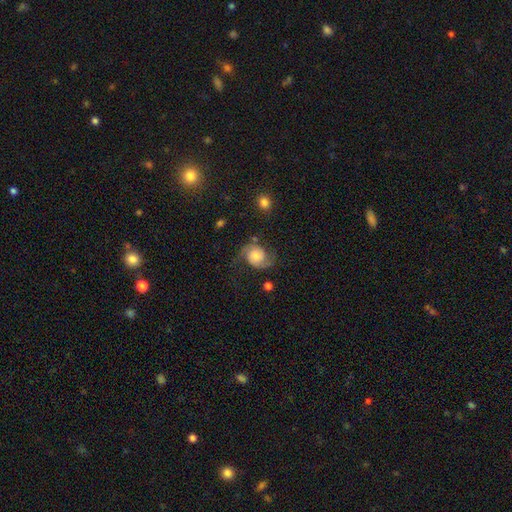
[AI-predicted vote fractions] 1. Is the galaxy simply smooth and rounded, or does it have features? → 75% featured or disk, 17% smooth, 8% star or artifact.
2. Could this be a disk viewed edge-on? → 98% no, 2% yes.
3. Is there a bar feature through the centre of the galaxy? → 73% no, 23% weak, 4% strong.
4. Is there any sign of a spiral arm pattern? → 96% yes, 4% no.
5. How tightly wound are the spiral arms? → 43% medium, 41% loose, 16% tight.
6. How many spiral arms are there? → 91% 2, 3% 1, 3% can't tell, 1% 3, 1% 4, 1% more than 4.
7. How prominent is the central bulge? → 39% moderate, 33% small, 15% large, 7% none, 5% dominant.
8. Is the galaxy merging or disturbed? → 65% none, 19% minor disturbance, 14% major disturbance, 3% merger.